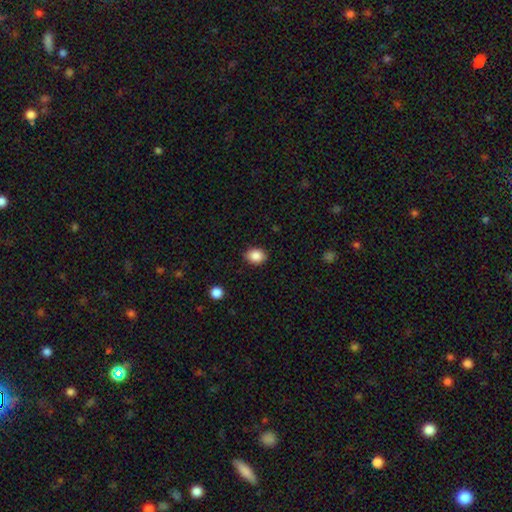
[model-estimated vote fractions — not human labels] A smooth galaxy with no disk features (87%) that is in between round and cigar-shaped (60%). Merging: none (87%).